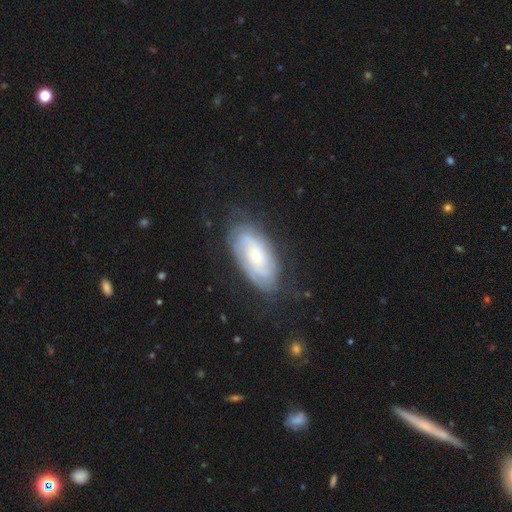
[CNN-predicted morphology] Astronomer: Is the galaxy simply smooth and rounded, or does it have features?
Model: featured or disk — 72%.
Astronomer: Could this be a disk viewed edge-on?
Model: no — 93%.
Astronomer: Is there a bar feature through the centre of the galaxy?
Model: no — 73%.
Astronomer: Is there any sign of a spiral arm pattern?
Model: yes — 91%.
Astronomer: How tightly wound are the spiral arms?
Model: tight — 69%.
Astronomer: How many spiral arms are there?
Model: can't tell — 50%.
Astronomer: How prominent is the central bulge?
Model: small — 67%.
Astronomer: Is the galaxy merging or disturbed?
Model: none — 73%.